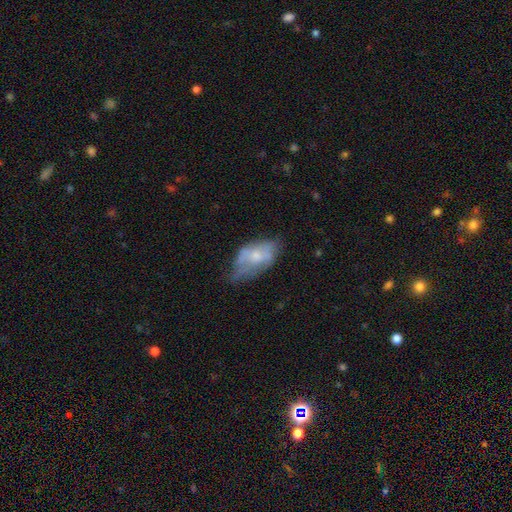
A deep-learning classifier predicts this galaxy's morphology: This is possibly a featured or disk galaxy (48%). Merging: marginally minor disturbance (37%).